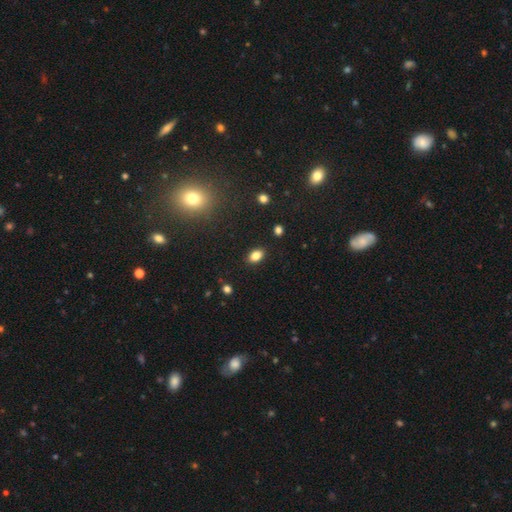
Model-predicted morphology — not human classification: This appears to be a smooth galaxy with no disk features (82%) that is in between round and cigar-shaped (84%). Merging: none (88%).